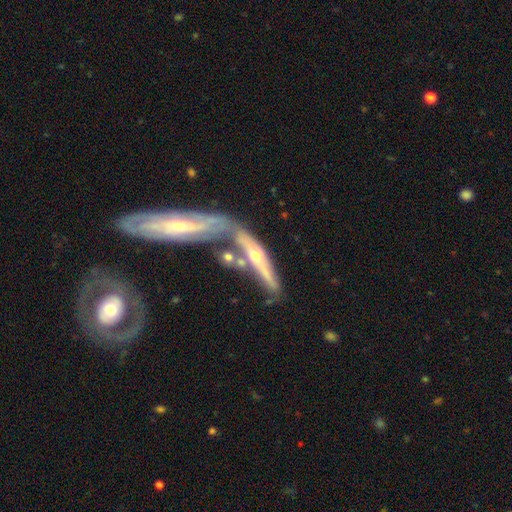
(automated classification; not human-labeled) Smooth or featured? featured or disk (70%)
Edge-on disk? yes (81%)
Edge-on bulge? rounded (88%)
Merging? merger (42%)